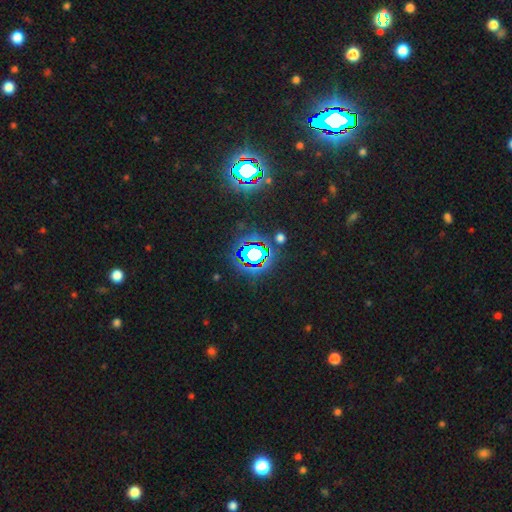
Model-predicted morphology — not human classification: smooth-or-featured: star or artifact: 73% | smooth: 17% | featured or disk: 10%